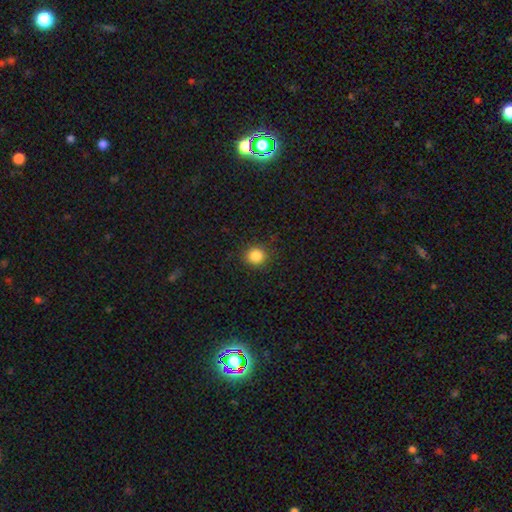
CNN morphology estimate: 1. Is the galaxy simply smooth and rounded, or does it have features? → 85% smooth, 11% star or artifact, 4% featured or disk.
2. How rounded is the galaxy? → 91% round, 9% in between, 1% cigar-shaped.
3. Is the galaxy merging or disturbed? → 90% none, 6% minor disturbance, 2% major disturbance, 1% merger.